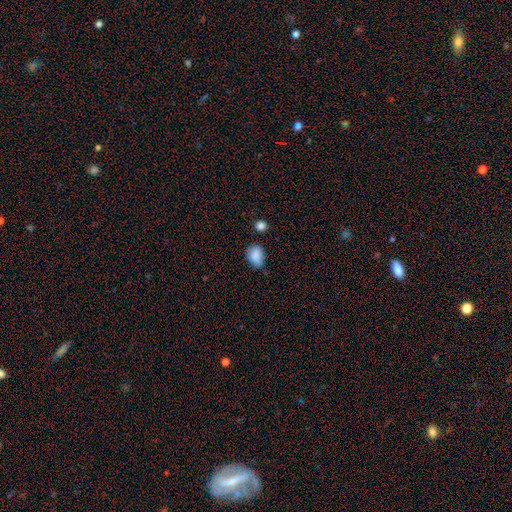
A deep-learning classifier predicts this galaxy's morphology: smooth 85%, star or artifact 9%, featured or disk 6%. Down the decision tree: how rounded — in between (70%); merging — none (59%).